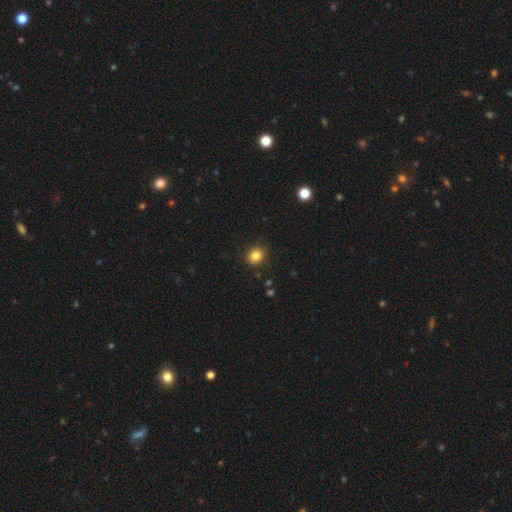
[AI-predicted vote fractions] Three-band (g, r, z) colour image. It shows a smooth galaxy with no disk features (83%) that is round (73%). Merging: none (90%).